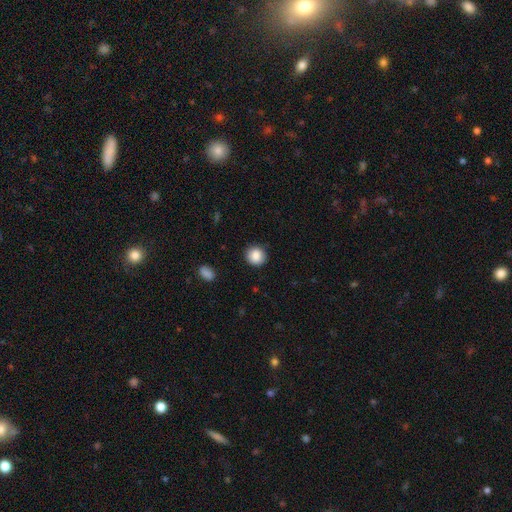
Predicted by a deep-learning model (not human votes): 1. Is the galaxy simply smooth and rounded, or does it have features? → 86% smooth, 8% star or artifact, 5% featured or disk.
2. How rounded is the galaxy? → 86% round, 13% in between, 1% cigar-shaped.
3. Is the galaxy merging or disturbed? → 88% none, 8% minor disturbance, 2% major disturbance, 1% merger.